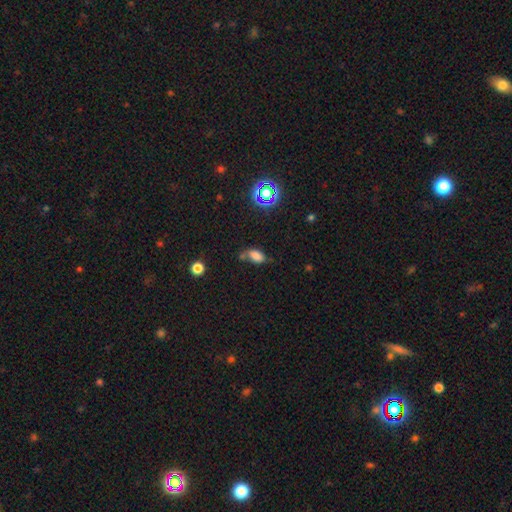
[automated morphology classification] Overall: smooth (72%). How rounded: in between (88%). Merging: none (44%; minor disturbance 26%).